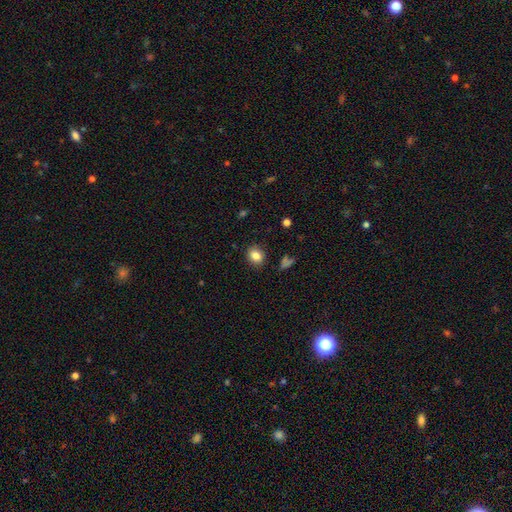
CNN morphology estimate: Smooth or featured? smooth (84%)
How rounded? round (54%)
Merging? none (86%)